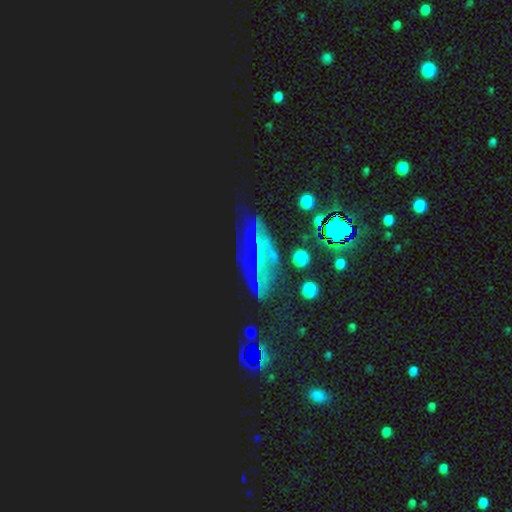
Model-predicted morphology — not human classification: This appears to be a featured or disk galaxy (49%). Merging: none (58%).